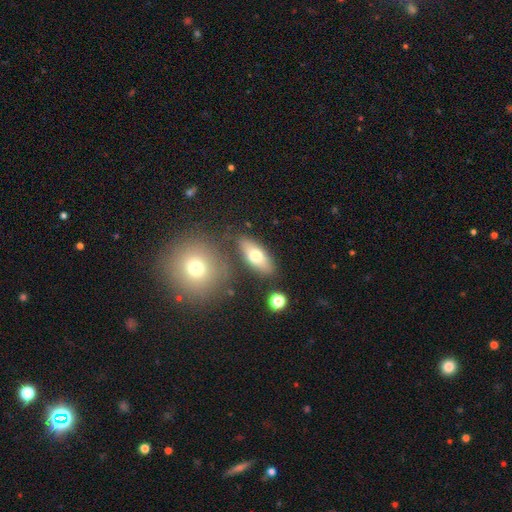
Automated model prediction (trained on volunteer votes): Smooth or featured? smooth (70%)
How rounded? in between (80%)
Merging? none (78%)